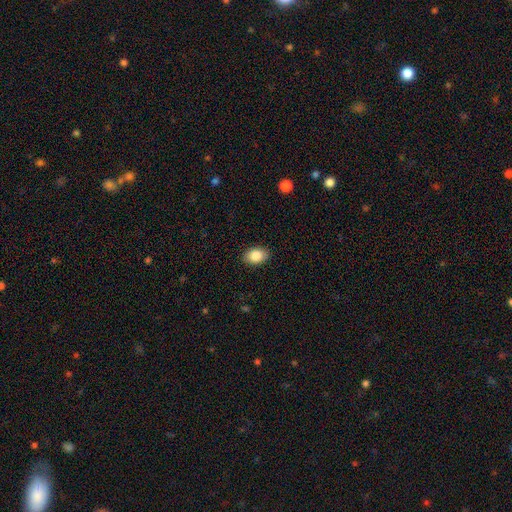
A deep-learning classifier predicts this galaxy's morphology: A smooth galaxy with no disk features (86%) that is in between round and cigar-shaped (85%).

Vote fractions:
- Smooth or featured? smooth: 86% / star or artifact: 7% / featured or disk: 7%
- How rounded? in between: 85% / round: 14% / cigar-shaped: 1%
- Merging? none: 89% / minor disturbance: 8% / major disturbance: 2% / merger: 1%